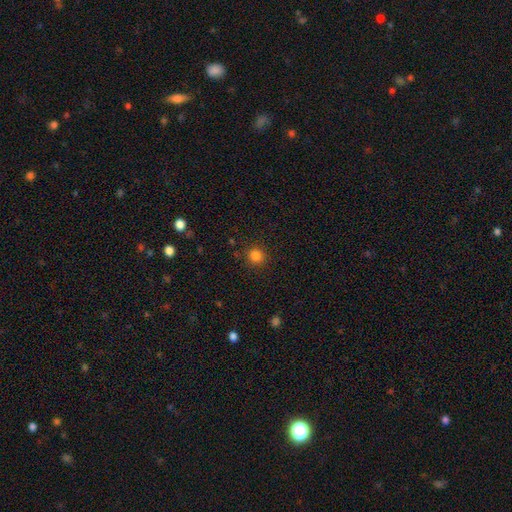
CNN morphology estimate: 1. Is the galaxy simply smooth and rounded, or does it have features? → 82% smooth, 13% star or artifact, 4% featured or disk.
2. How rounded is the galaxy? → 88% round, 11% in between, 1% cigar-shaped.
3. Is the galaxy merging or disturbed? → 88% none, 8% minor disturbance, 3% major disturbance, 2% merger.